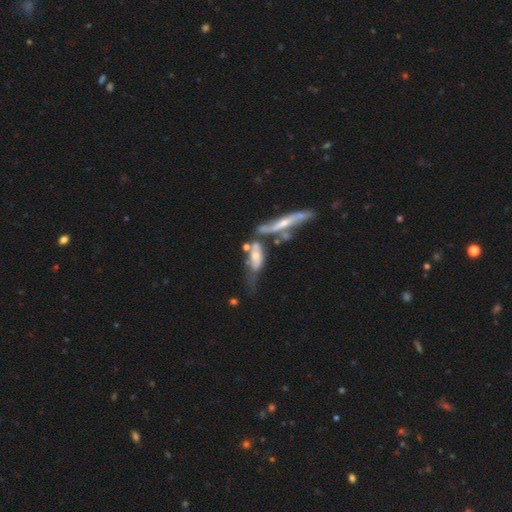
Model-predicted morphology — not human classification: type=featured or disk (60%); edge-on=no (58%); merging=merger (48%).